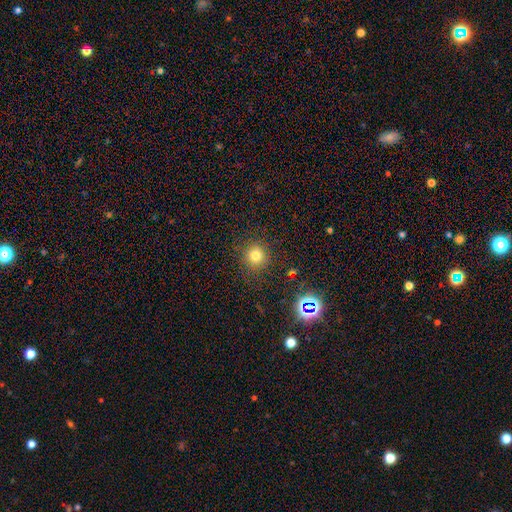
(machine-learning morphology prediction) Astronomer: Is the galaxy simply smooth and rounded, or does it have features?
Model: smooth — 75%.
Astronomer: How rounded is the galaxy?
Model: round — 93%.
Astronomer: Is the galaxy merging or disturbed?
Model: none — 88%.